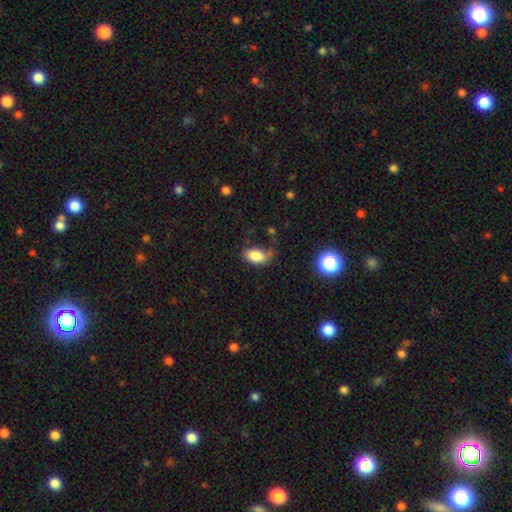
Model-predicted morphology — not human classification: Smooth or featured? smooth (82%)
How rounded? in between (91%)
Merging? none (54%)